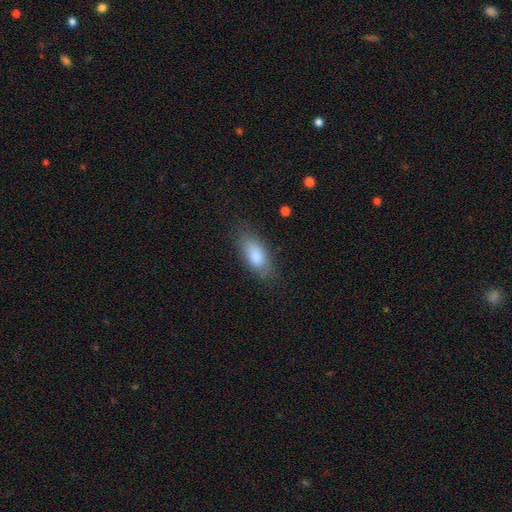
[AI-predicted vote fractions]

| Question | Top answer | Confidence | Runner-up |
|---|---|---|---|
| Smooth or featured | smooth | 83% | featured or disk (10%) |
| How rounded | in between | 85% | cigar-shaped (12%) |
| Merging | none | 80% | minor disturbance (15%) |